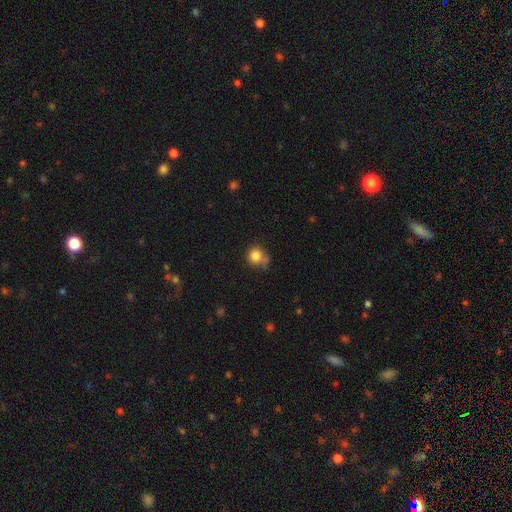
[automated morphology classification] This appears to be a smooth galaxy with no disk features (82%) that is round (86%). Merging: none (57%).